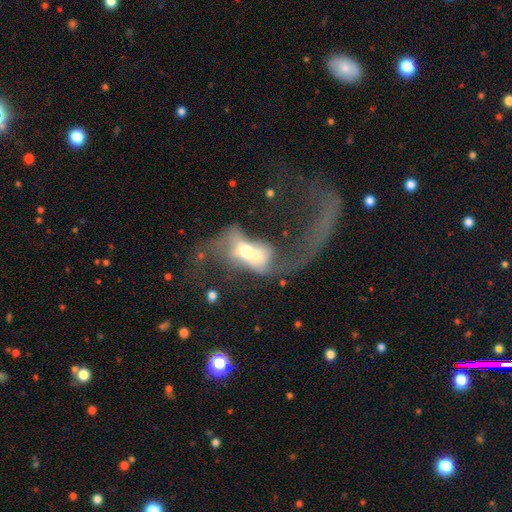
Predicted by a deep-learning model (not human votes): featured or disk 51%, smooth 39%, star or artifact 10%. Down the decision tree: edge-on disk — no (93%); merging — merger (71%).